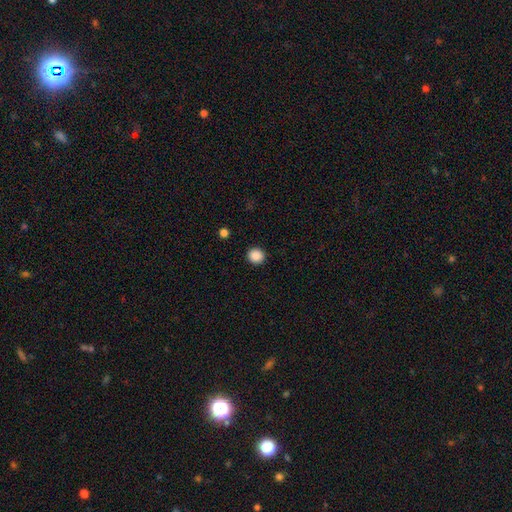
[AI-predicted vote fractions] This appears to be a smooth galaxy with no disk features (88%) that is round (90%). Merging: none (92%).